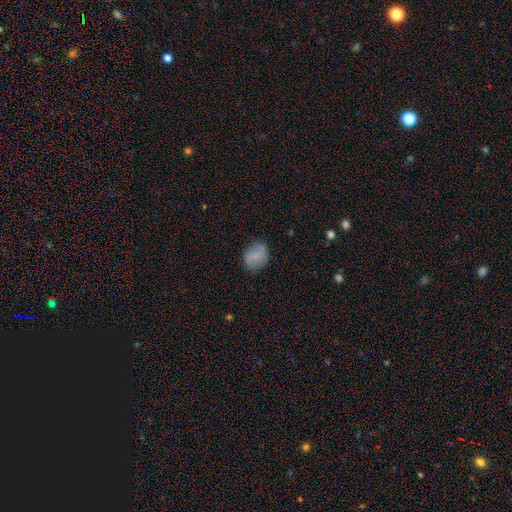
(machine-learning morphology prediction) Smooth or featured: smooth — 74% (featured or disk — 17%)
How rounded: in between — 52% (round — 47%)
Merging: none — 76% (minor disturbance — 18%)